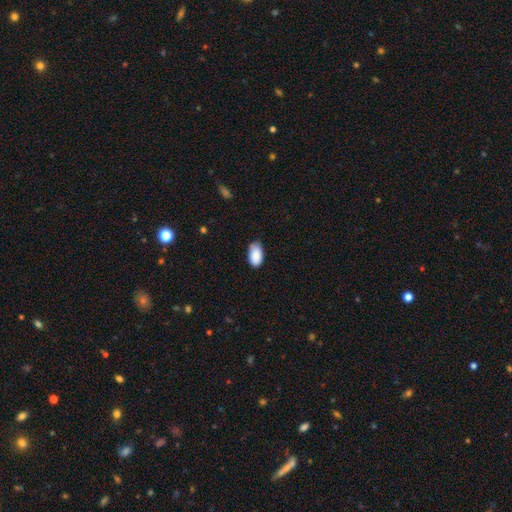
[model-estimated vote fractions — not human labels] Q: Smooth or featured?
A: smooth (88%); runner-up: star or artifact (7%)
Q: How rounded?
A: in between (95%); runner-up: round (4%)
Q: Merging?
A: none (73%); runner-up: minor disturbance (22%)